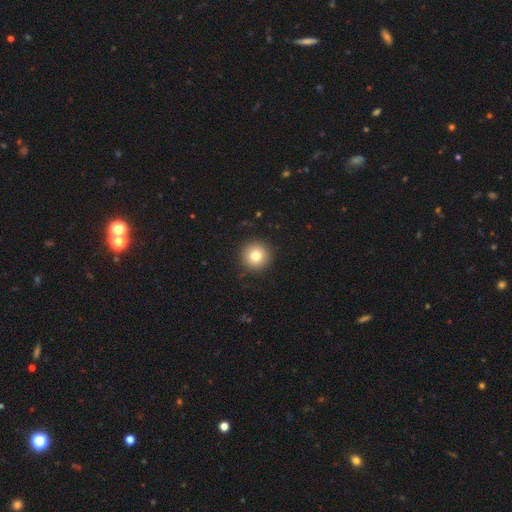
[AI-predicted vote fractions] Smooth or featured: smooth — 81% (star or artifact — 10%)
How rounded: round — 95% (in between — 4%)
Merging: none — 91% (minor disturbance — 6%)